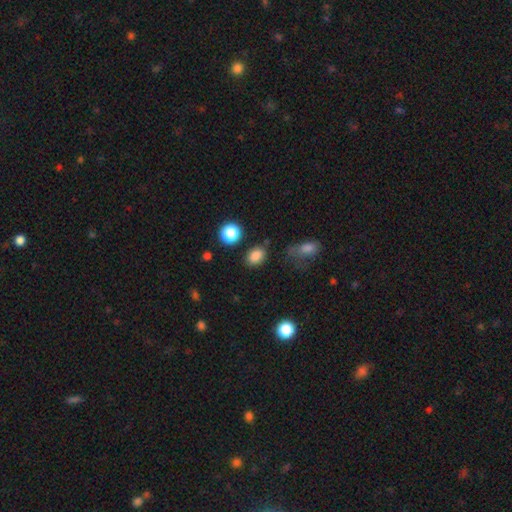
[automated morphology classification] Q: Smooth or featured?
A: smooth (85%); runner-up: star or artifact (11%)
Q: How rounded?
A: in between (67%); runner-up: round (31%)
Q: Merging?
A: none (80%); runner-up: minor disturbance (12%)